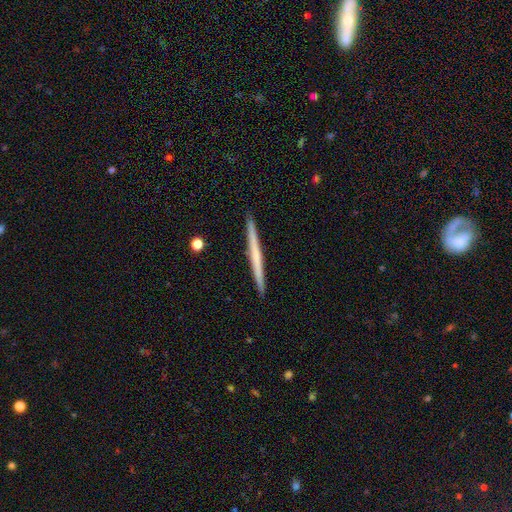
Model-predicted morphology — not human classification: Overall: featured or disk (51%; smooth 43%). Edge-on disk: yes (98%). Edge-on bulge: none (84%). Merging: none (93%).